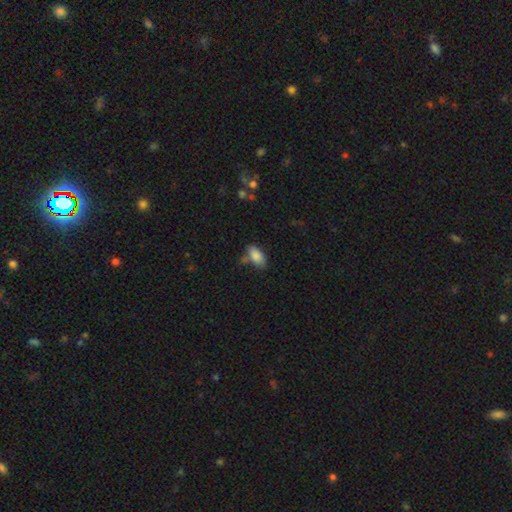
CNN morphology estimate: A smooth galaxy with no disk features (85%) that is in between round and cigar-shaped (92%).

Vote fractions:
- Smooth or featured? smooth: 85% / star or artifact: 7% / featured or disk: 7%
- How rounded? in between: 92% / cigar-shaped: 5% / round: 3%
- Merging? none: 62% / minor disturbance: 22% / merger: 10% / major disturbance: 6%